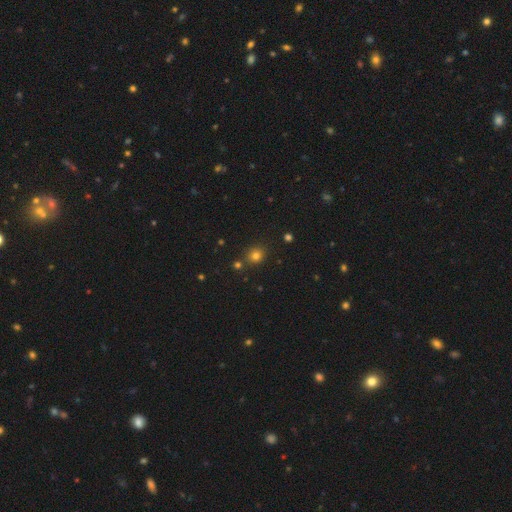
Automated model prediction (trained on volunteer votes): smooth 76%, star or artifact 18%, featured or disk 6%. Down the decision tree: how rounded — round (81%); merging — none (79%).